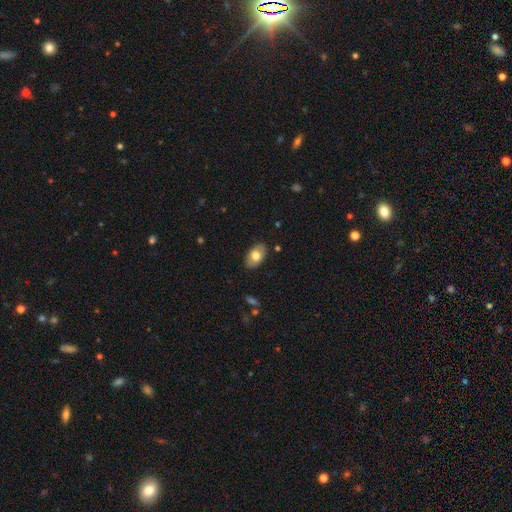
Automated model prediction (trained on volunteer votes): smooth-or-featured: smooth: 71% | featured or disk: 22% | star or artifact: 7%
  how-rounded: in between: 91% | round: 7% | cigar-shaped: 1%
  merging: none: 86% | minor disturbance: 11% | major disturbance: 2% | merger: 1%